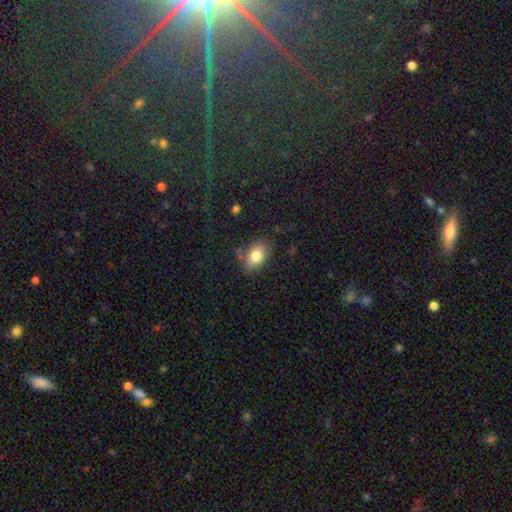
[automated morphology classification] smooth-or-featured: smooth: 80% | featured or disk: 11% | star or artifact: 9%
  how-rounded: in between: 84% | round: 15% | cigar-shaped: 1%
  merging: none: 78% | minor disturbance: 16% | major disturbance: 4% | merger: 3%